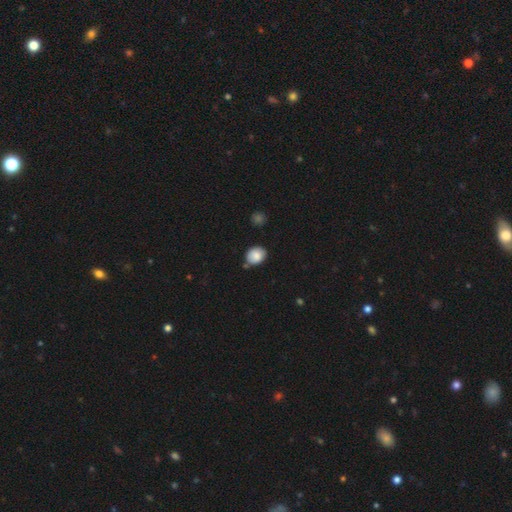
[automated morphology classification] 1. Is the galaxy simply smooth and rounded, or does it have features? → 85% smooth, 8% star or artifact, 7% featured or disk.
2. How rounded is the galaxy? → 53% round, 46% in between, 1% cigar-shaped.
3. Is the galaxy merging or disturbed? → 70% none, 20% minor disturbance, 7% merger, 3% major disturbance.